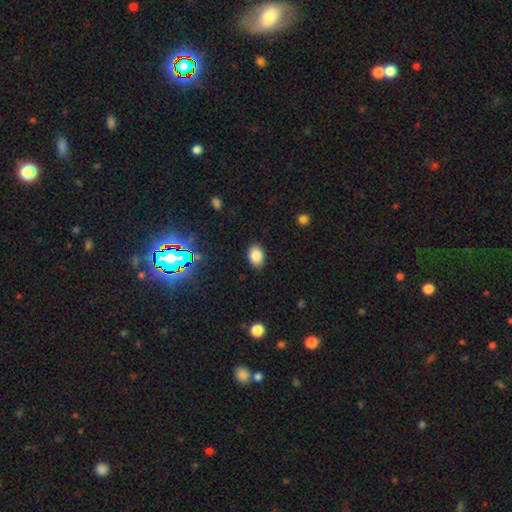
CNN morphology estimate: A smooth galaxy with no disk features (84%) that is in between round and cigar-shaped (79%).

Vote fractions:
- Smooth or featured? smooth: 84% / star or artifact: 11% / featured or disk: 5%
- How rounded? in between: 79% / round: 20% / cigar-shaped: 1%
- Merging? none: 87% / minor disturbance: 9% / major disturbance: 2% / merger: 1%